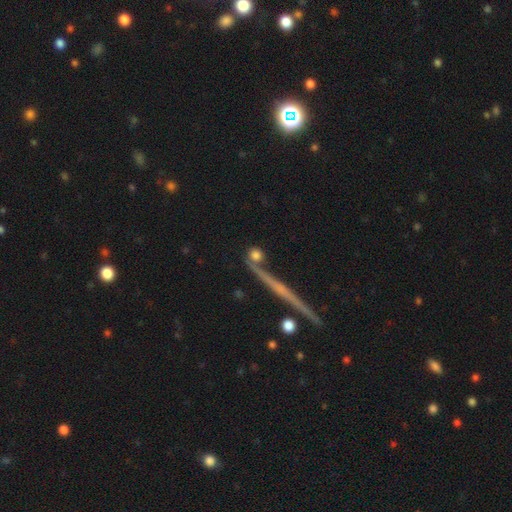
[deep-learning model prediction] A smooth galaxy with no disk features (74%) that is round (85%). Merging: none (69%).